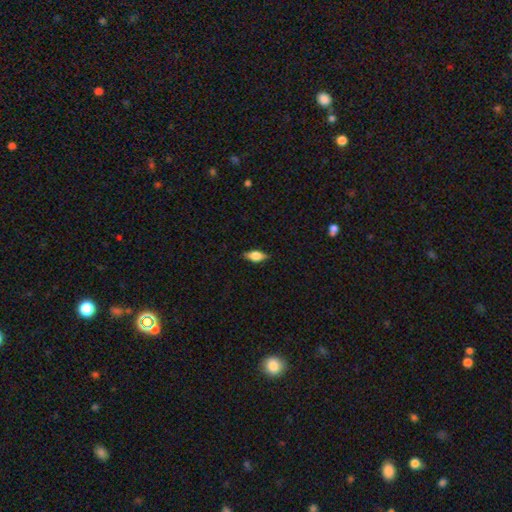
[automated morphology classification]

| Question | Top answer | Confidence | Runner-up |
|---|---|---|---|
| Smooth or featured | smooth | 63% | featured or disk (29%) |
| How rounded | in between | 81% | cigar-shaped (14%) |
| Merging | none | 85% | minor disturbance (11%) |